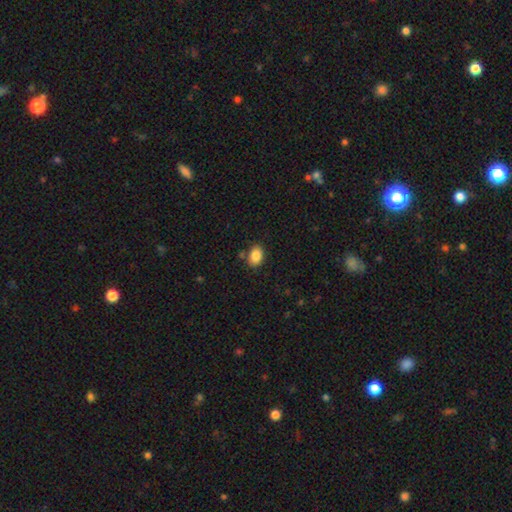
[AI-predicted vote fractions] Smooth or featured: smooth — 87% (star or artifact — 8%)
How rounded: in between — 78% (round — 21%)
Merging: none — 81% (minor disturbance — 12%)